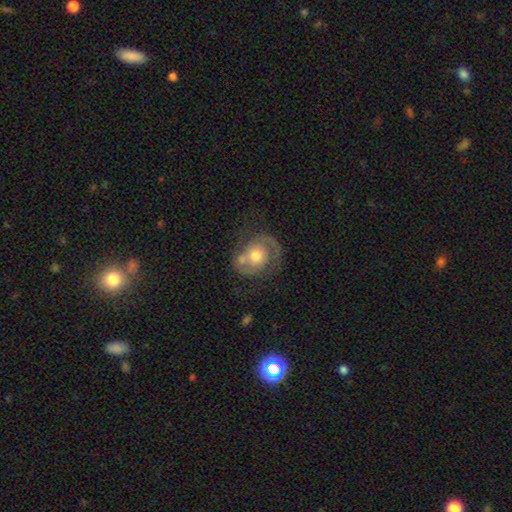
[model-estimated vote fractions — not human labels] A featured or disk galaxy (79%) with no bar (77%), 2 (80%) medium (45%) spiral arms (91%) and a moderate central bulge (73%).

Vote fractions:
- Smooth or featured? featured or disk: 79% / smooth: 15% / star or artifact: 6%
- Edge-on disk? no: 98% / yes: 2%
- Bar? no: 77% / weak: 20% / strong: 4%
- Spiral arms? yes: 91% / no: 9%
- Spiral winding? medium: 45% / tight: 37% / loose: 18%
- Spiral arm count? 2: 80% / 1: 10% / can't tell: 7% / 3: 2% / 4: 1% / more than 4: 1%
- Bulge size? moderate: 73% / small: 15% / large: 10% / none: 1% / dominant: 1%
- Merging? none: 59% / minor disturbance: 19% / major disturbance: 14% / merger: 7%